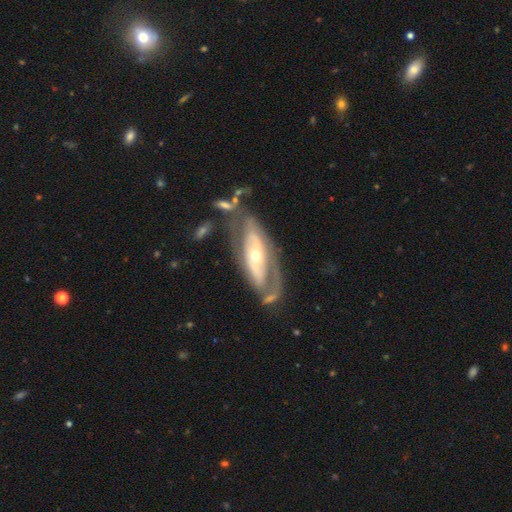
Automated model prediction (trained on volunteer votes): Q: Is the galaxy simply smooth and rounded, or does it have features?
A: featured or disk — 81%.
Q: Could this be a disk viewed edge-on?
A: no — 88%.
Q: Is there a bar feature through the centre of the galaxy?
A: no — 61%.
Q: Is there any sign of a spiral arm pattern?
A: yes — 74%.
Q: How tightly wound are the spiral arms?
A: tight — 47%.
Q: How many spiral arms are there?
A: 2 — 58%.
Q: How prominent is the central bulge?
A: moderate — 48%.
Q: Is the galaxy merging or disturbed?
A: none — 55%.